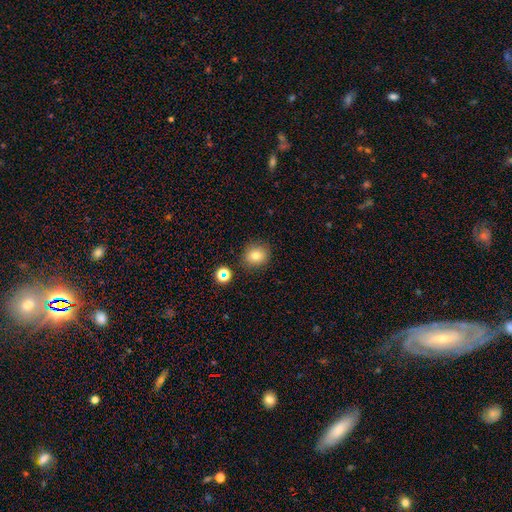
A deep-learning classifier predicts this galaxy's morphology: Overall: smooth (76%). How rounded: round (78%). Merging: none (84%).